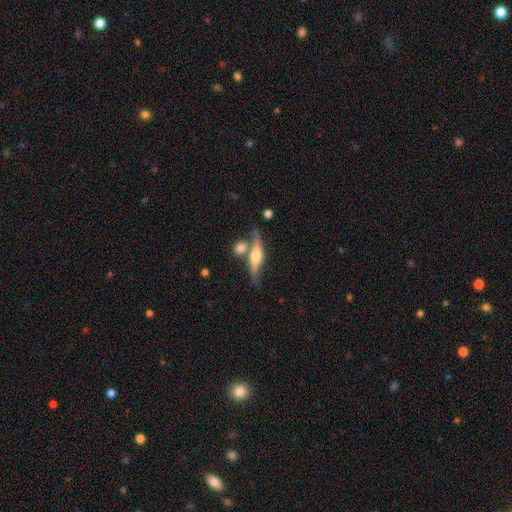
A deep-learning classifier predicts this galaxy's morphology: smooth-or-featured: featured or disk: 66% | smooth: 28% | star or artifact: 6%
  disk-edge-on: yes: 87% | no: 13%
    edge-on-bulge: rounded: 89% | boxy: 7% | none: 4%
  merging: none: 57% | merger: 21% | minor disturbance: 16% | major disturbance: 6%